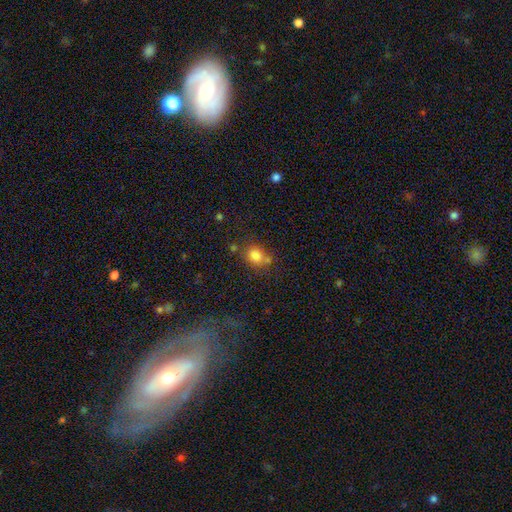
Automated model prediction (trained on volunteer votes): This is clearly a smooth galaxy (81%). How rounded: possibly round (54%). Merging: possibly none (58%).